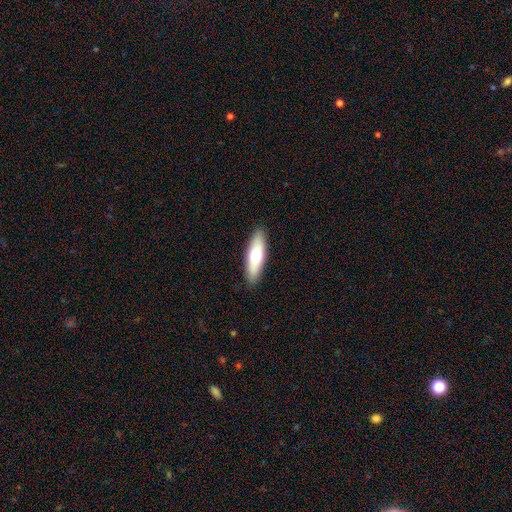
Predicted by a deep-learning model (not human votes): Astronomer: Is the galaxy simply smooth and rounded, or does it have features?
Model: smooth — 69%.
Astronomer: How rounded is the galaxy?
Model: cigar-shaped — 52% (runner-up: in between, 46%).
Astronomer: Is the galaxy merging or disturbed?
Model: none — 90%.